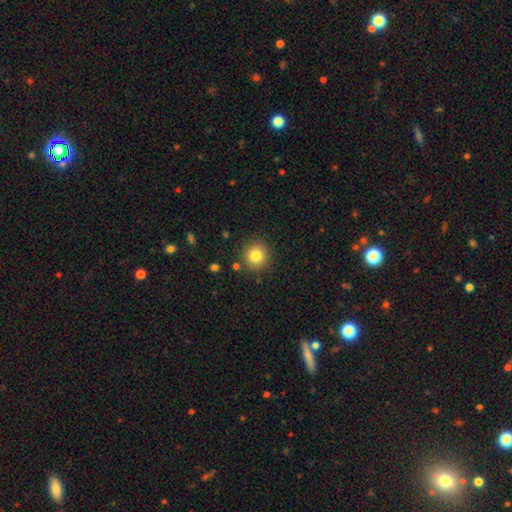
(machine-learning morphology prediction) A smooth galaxy with no disk features (82%) that is round (93%).

Vote fractions:
- Smooth or featured? smooth: 82% / star or artifact: 11% / featured or disk: 7%
- How rounded? round: 93% / in between: 6% / cigar-shaped: 1%
- Merging? none: 87% / minor disturbance: 8% / merger: 3% / major disturbance: 2%